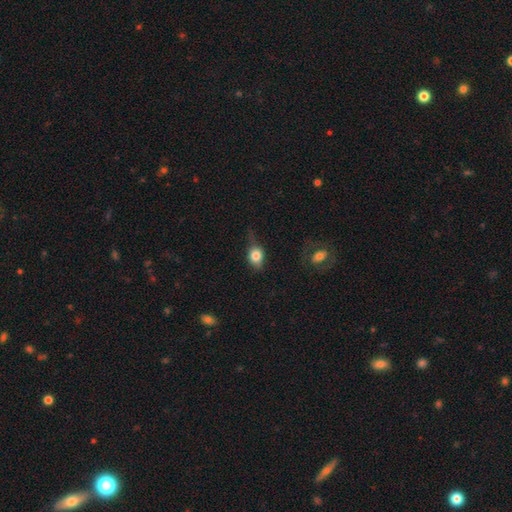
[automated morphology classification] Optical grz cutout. It shows a smooth galaxy with no disk features (74%) that is in between round and cigar-shaped (51%). Merging: none (45%).